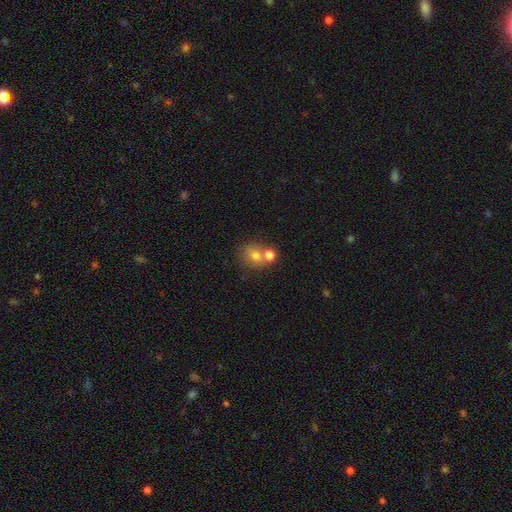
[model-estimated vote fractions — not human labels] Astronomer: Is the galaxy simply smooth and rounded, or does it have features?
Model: smooth — 74%.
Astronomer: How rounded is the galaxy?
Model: round — 73%.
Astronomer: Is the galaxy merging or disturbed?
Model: merger — 51% (runner-up: none, 37%).